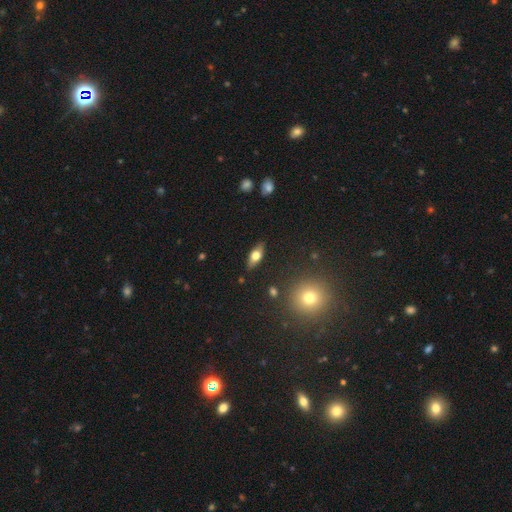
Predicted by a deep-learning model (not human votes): Smooth or featured? smooth (61%)
How rounded? in between (77%)
Merging? none (86%)